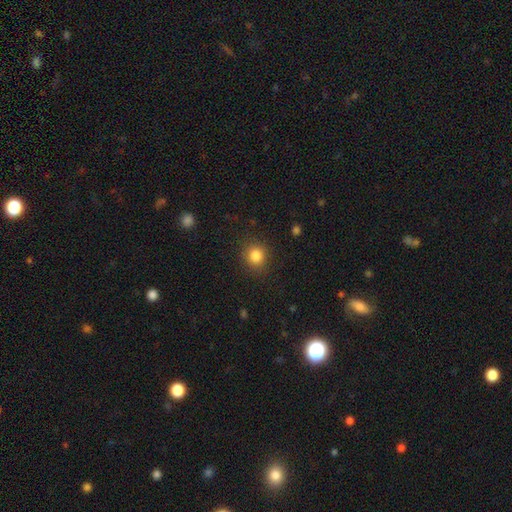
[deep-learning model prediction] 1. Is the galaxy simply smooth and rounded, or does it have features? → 84% smooth, 11% star or artifact, 5% featured or disk.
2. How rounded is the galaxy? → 86% round, 13% in between, 1% cigar-shaped.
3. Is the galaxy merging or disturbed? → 87% none, 9% minor disturbance, 3% major disturbance, 1% merger.